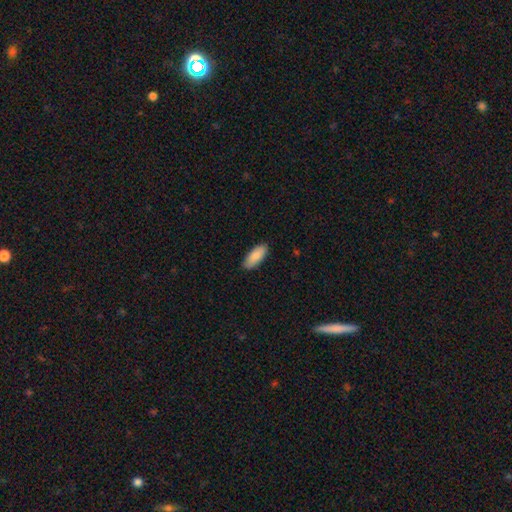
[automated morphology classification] Overall: smooth (86%). How rounded: in between (83%). Merging: none (87%).